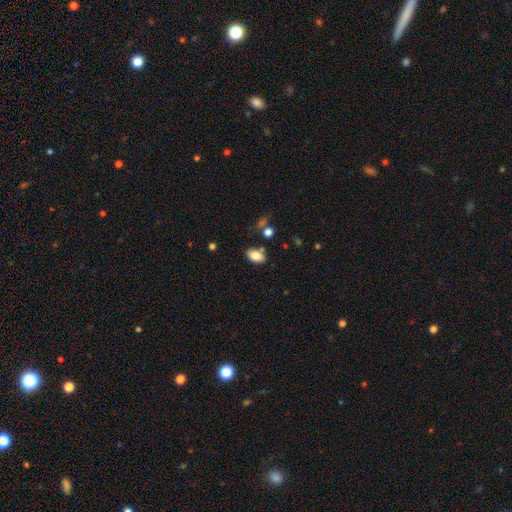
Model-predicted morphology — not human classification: Smooth or featured: smooth — 82% (featured or disk — 10%)
How rounded: in between — 90% (round — 8%)
Merging: none — 77% (minor disturbance — 13%)